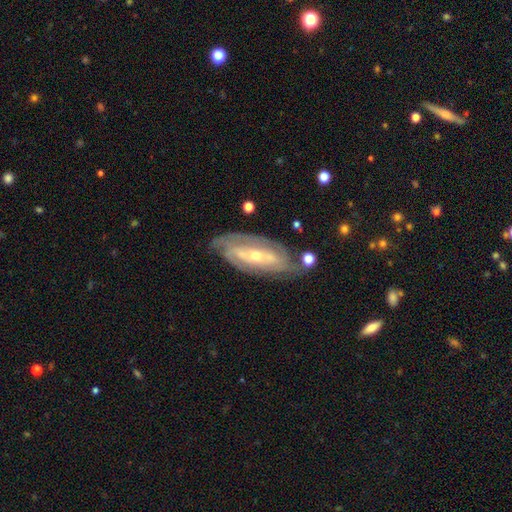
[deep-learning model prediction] A featured or disk galaxy (84%) with no bar (36%), 2 (45%) tight (63%) spiral arms (90%) and a small central bulge (55%). Merging: none (75%).